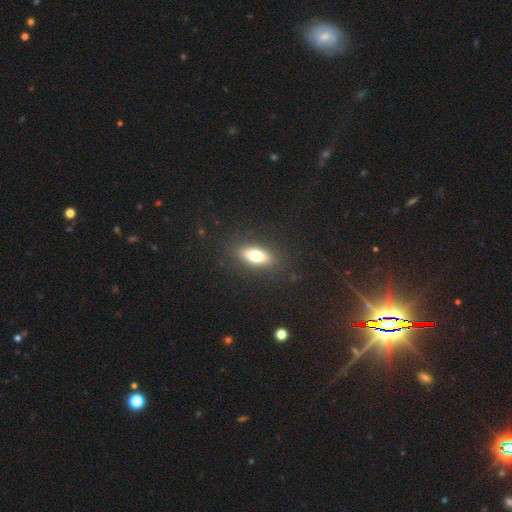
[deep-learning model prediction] This is likely a smooth galaxy (71%). How rounded: likely in between (76%). Merging: clearly none (86%).